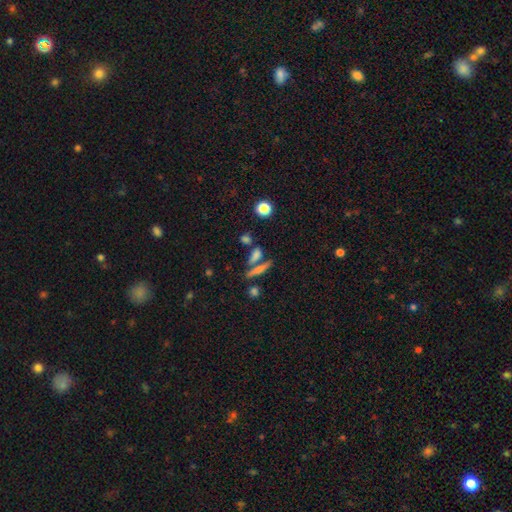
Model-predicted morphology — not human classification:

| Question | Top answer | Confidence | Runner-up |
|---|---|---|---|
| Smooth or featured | smooth | 64% | featured or disk (23%) |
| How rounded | cigar-shaped | 61% | in between (26%) |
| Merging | none | 60% | merger (24%) |